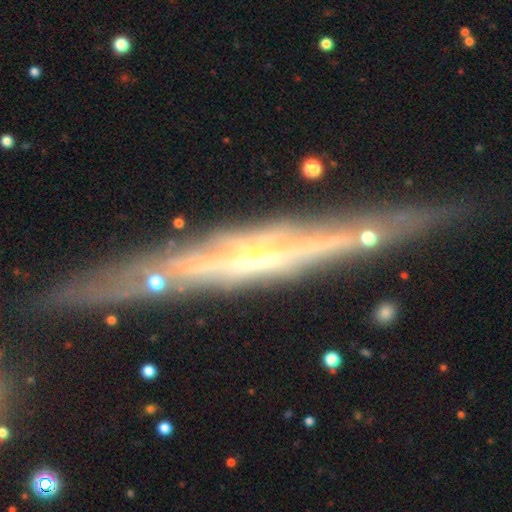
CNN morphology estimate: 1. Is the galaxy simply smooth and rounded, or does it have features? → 82% featured or disk, 9% smooth, 9% star or artifact.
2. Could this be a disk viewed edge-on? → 89% yes, 11% no.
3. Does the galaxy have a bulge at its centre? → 56% rounded, 31% none, 12% boxy.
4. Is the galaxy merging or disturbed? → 80% none, 12% minor disturbance, 4% major disturbance, 3% merger.